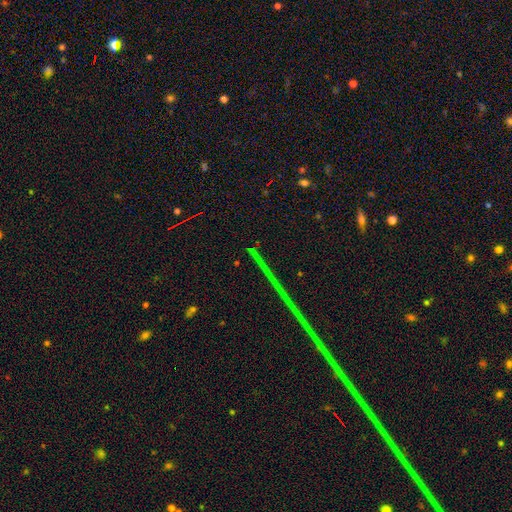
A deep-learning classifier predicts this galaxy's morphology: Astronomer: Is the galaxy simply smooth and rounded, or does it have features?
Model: star or artifact — 80%.